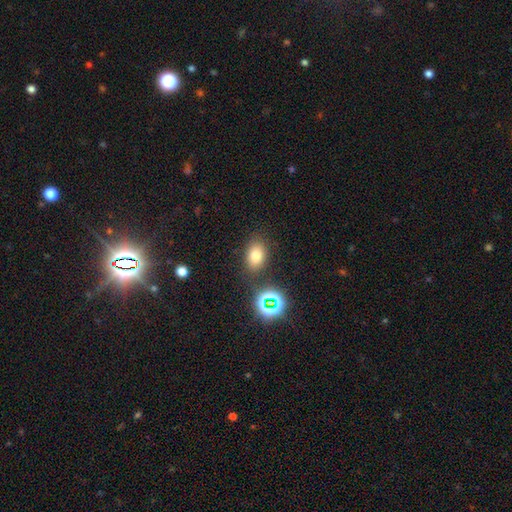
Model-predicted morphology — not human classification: Smooth or featured? smooth (74%)
How rounded? in between (76%)
Merging? none (80%)